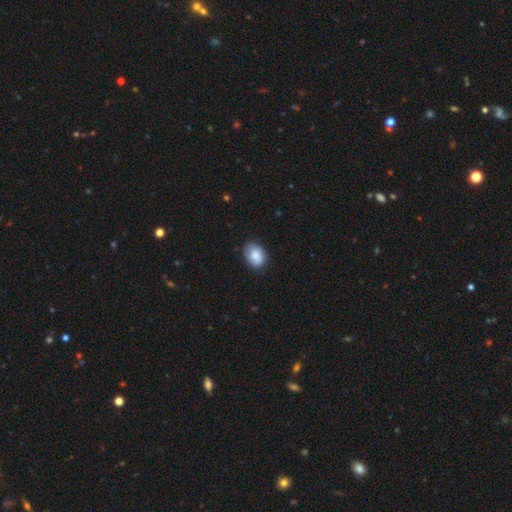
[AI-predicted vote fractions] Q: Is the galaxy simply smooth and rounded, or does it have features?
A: smooth — 83%.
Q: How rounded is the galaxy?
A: in between — 72%.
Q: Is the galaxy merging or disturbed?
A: none — 75%.